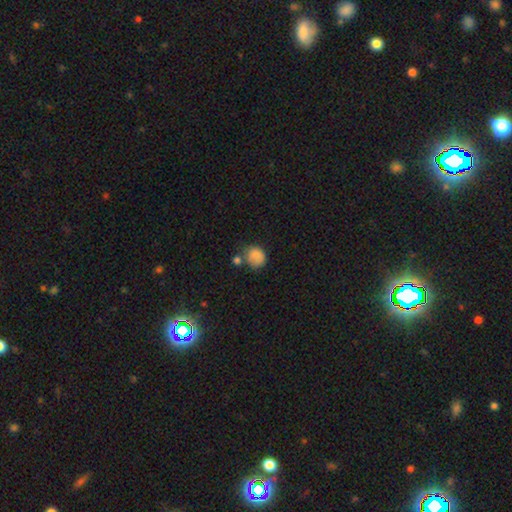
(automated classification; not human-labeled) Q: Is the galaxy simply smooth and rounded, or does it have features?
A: smooth — 83%.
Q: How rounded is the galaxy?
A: round — 75%.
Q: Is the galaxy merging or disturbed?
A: none — 49%.